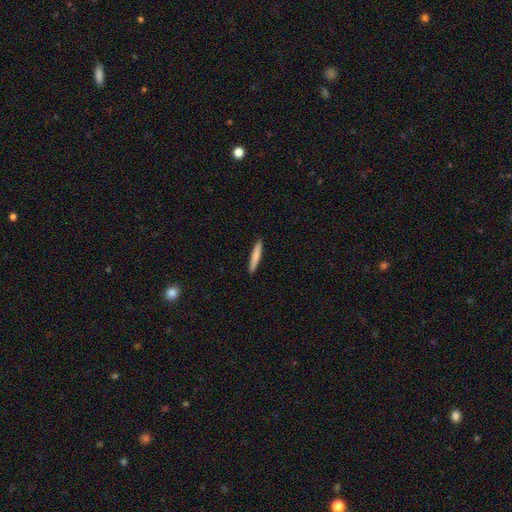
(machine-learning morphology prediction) A smooth galaxy with no disk features (79%) that is cigar-shaped (95%). Merging: none (92%).